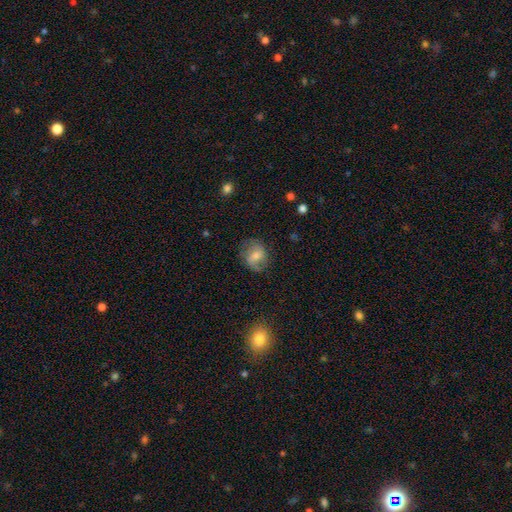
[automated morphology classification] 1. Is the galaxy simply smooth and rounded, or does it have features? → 46% featured or disk, 44% smooth, 10% star or artifact.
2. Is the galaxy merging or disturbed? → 72% none, 19% minor disturbance, 8% major disturbance, 1% merger.